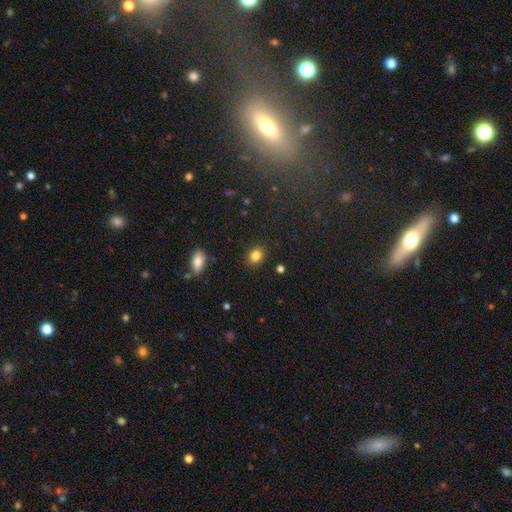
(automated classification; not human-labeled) Overall: smooth (84%). How rounded: round (57%; in between 41%). Merging: none (88%).